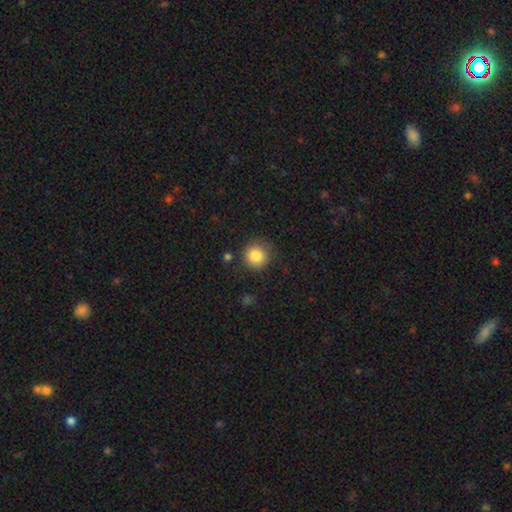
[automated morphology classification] Q: Smooth or featured?
A: smooth (85%); runner-up: star or artifact (10%)
Q: How rounded?
A: round (93%); runner-up: in between (6%)
Q: Merging?
A: none (83%); runner-up: minor disturbance (11%)